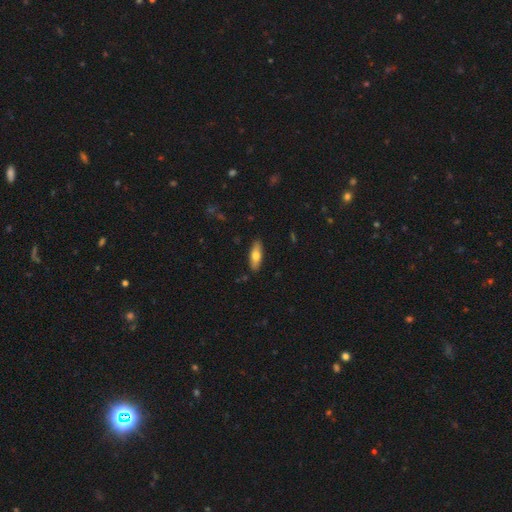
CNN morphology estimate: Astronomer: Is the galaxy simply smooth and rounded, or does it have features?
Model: smooth — 66%.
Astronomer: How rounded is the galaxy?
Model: in between — 55% (runner-up: cigar-shaped, 43%).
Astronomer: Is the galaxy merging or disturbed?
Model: none — 88%.